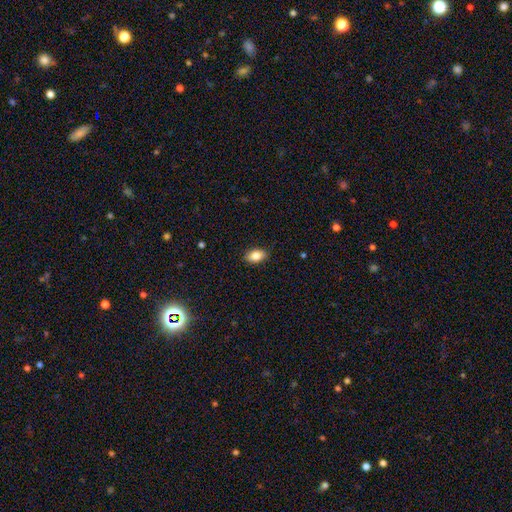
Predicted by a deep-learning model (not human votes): Overall: smooth (85%). How rounded: in between (90%). Merging: none (88%).